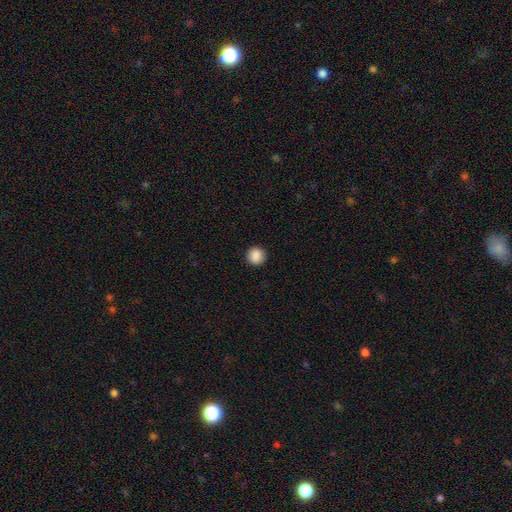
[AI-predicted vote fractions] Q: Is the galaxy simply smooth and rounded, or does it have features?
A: smooth — 88%.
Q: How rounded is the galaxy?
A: round — 95%.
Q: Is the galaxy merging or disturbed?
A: none — 92%.